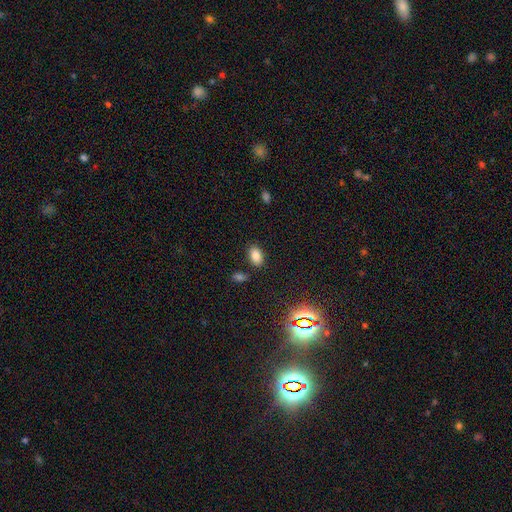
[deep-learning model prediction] smooth_or_featured: smooth (p=0.81) [alt: star or artifact p=0.12]
how_rounded: in between (p=0.90) [alt: round p=0.08]
merging: none (p=0.82) [alt: minor disturbance p=0.10]